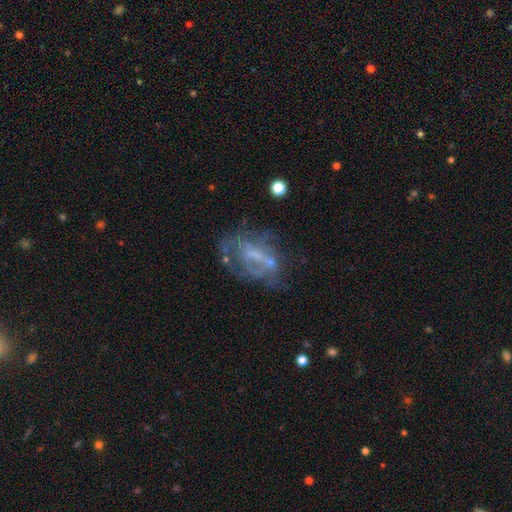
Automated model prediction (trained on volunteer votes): The model was most divided on "merging": none: 40%, major disturbance: 30%, minor disturbance: 21%, merger: 10%. Remaining: edge-on disk — no (95%); spiral arms — no (74%); smooth or featured — featured or disk (62%); bar — no (57%); bulge size — none (48%).